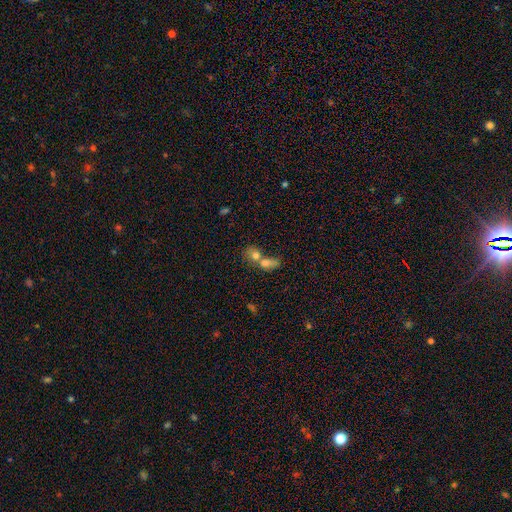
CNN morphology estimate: Smooth or featured? smooth (72%)
How rounded? in between (50%)
Merging? merger (72%)